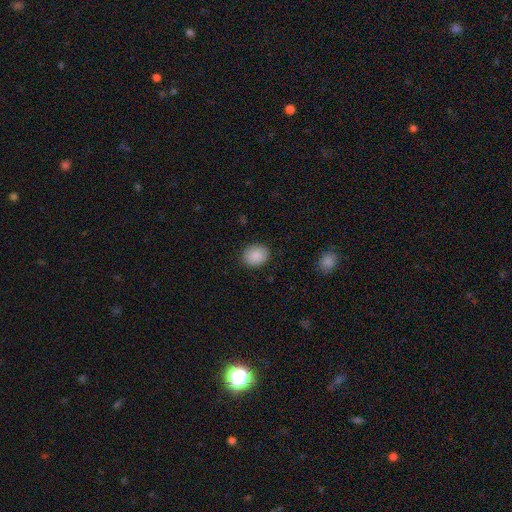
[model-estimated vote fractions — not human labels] Morphology: type=smooth (88%); roundness=round (59%); merging=none (88%).